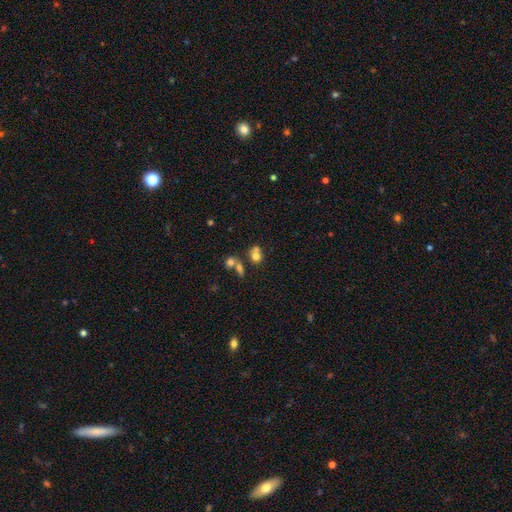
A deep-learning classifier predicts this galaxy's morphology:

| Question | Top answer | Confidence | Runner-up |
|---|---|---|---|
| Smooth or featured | smooth | 71% | featured or disk (16%) |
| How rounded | round | 56% | in between (42%) |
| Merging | merger | 45% | none (36%) |